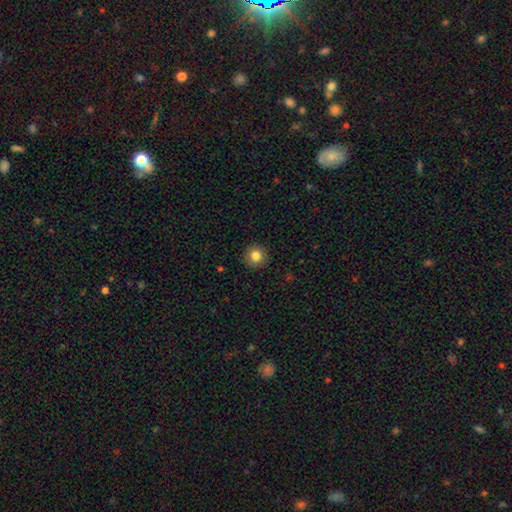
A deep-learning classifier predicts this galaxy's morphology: type=smooth (83%); roundness=round (94%); merging=none (92%).